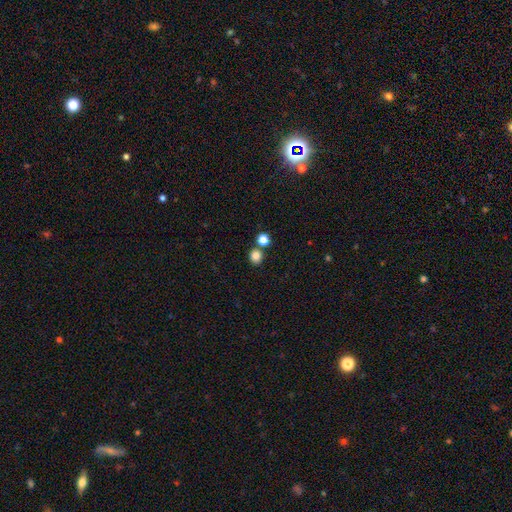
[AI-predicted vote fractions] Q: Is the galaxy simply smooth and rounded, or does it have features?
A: smooth — 83%.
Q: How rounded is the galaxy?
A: round — 85%.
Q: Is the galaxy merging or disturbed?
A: none — 72%.